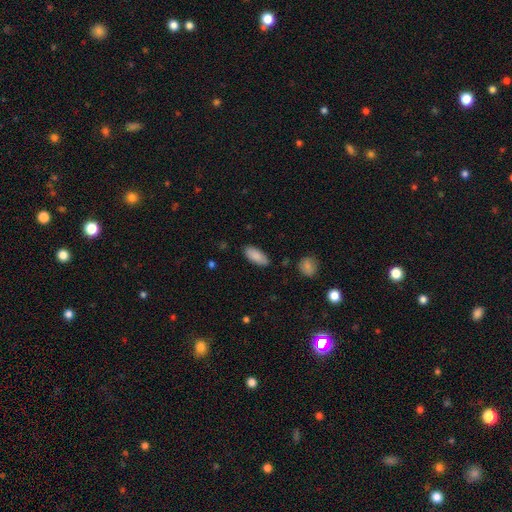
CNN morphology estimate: The model was most divided on "merging": none: 84%, minor disturbance: 12%, major disturbance: 2%, merger: 2%. More confident: how rounded — in between (88%); smooth or featured — smooth (88%).